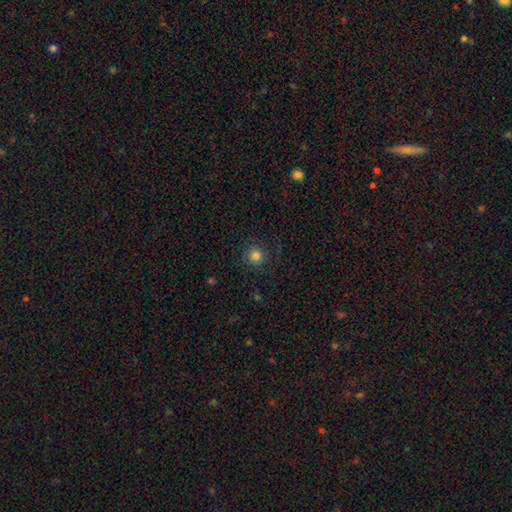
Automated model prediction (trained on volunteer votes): Smooth or featured?
  - smooth: 81% *
  - star or artifact: 12%
  - featured or disk: 7%
How rounded?
  - round: 94% *
  - in between: 5%
  - cigar-shaped: 1%
Merging?
  - none: 83% *
  - minor disturbance: 11%
  - major disturbance: 5%
  - merger: 1%